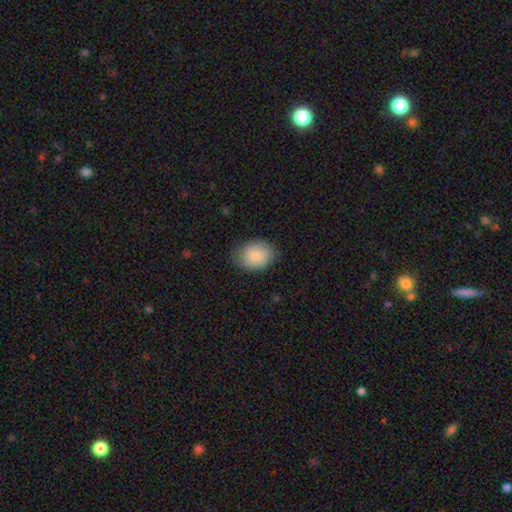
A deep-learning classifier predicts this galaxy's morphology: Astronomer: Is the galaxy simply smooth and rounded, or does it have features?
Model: smooth — 84%.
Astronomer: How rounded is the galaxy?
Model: in between — 57% (runner-up: round, 42%).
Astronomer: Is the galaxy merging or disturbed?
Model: none — 77%.